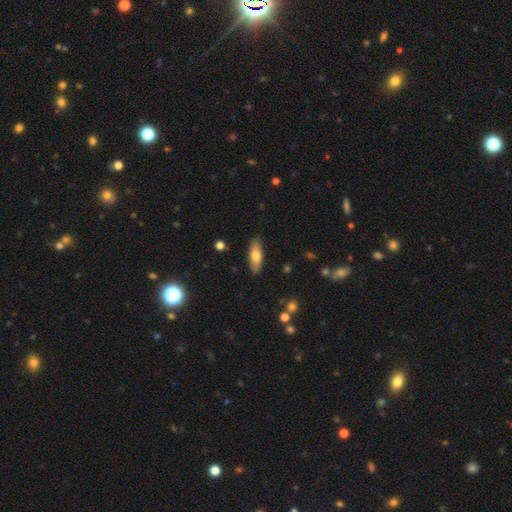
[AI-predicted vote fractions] Q: Smooth or featured?
A: smooth (72%); runner-up: featured or disk (22%)
Q: How rounded?
A: in between (62%); runner-up: cigar-shaped (36%)
Q: Merging?
A: none (87%); runner-up: minor disturbance (9%)